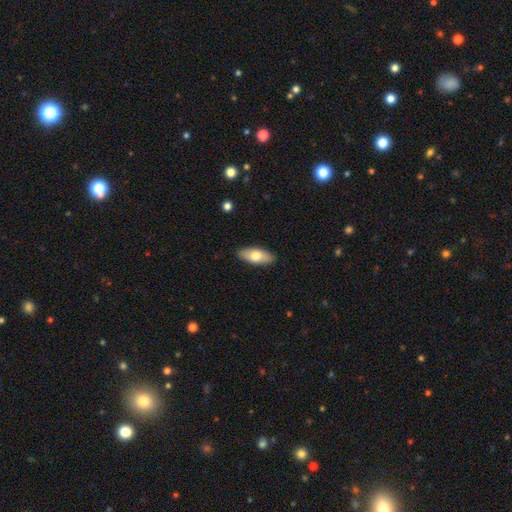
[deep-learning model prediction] smooth-or-featured: smooth: 72% | featured or disk: 22% | star or artifact: 6%
  how-rounded: in between: 83% | cigar-shaped: 14% | round: 3%
  merging: none: 89% | minor disturbance: 8% | major disturbance: 2% | merger: 1%